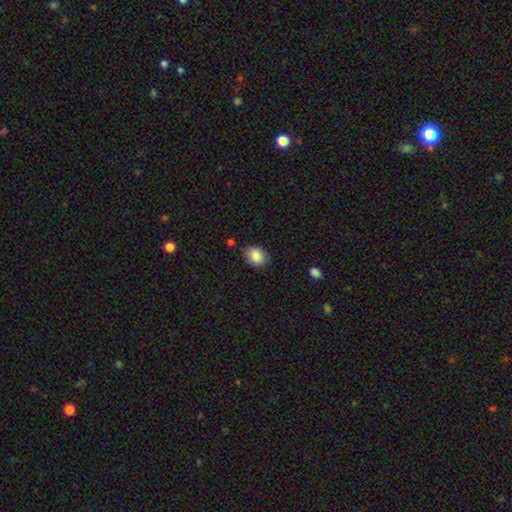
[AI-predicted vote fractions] Smooth or featured: smooth — 86% (star or artifact — 8%)
How rounded: in between — 59% (round — 40%)
Merging: none — 83% (minor disturbance — 12%)